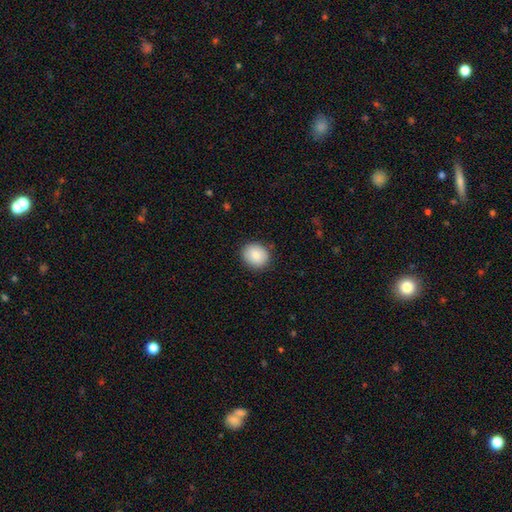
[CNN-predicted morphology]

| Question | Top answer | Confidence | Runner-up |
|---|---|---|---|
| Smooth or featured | smooth | 87% | star or artifact (7%) |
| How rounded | round | 76% | in between (23%) |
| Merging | none | 88% | minor disturbance (9%) |